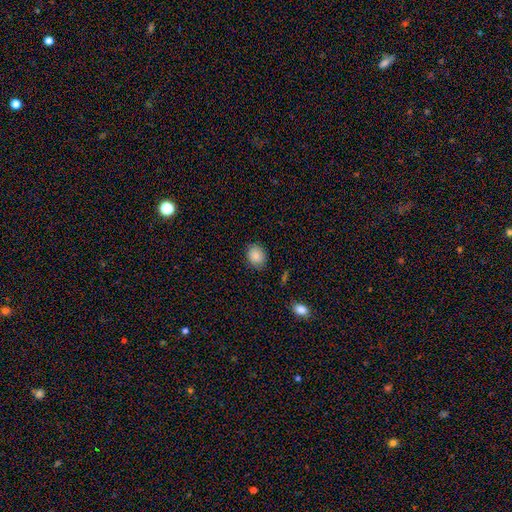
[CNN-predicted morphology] Smooth or featured? Predicted: smooth (p=0.86). How rounded? Predicted: in between (p=0.53). Merging? Predicted: none (p=0.85).